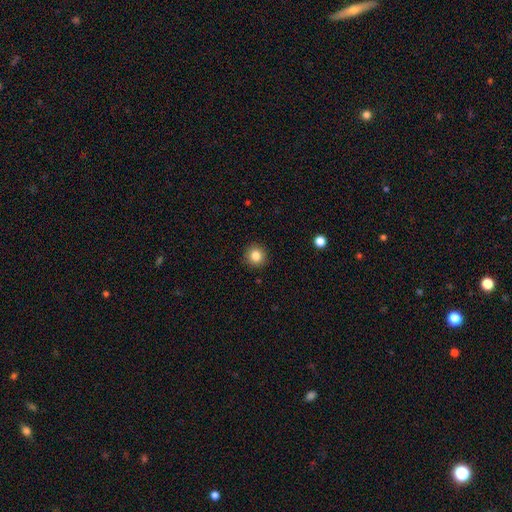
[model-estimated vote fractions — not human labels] A smooth galaxy with no disk features (84%) that is round (93%).

Vote fractions:
- Smooth or featured? smooth: 84% / star or artifact: 11% / featured or disk: 5%
- How rounded? round: 93% / in between: 6% / cigar-shaped: 1%
- Merging? none: 92% / minor disturbance: 6% / major disturbance: 2% / merger: 1%